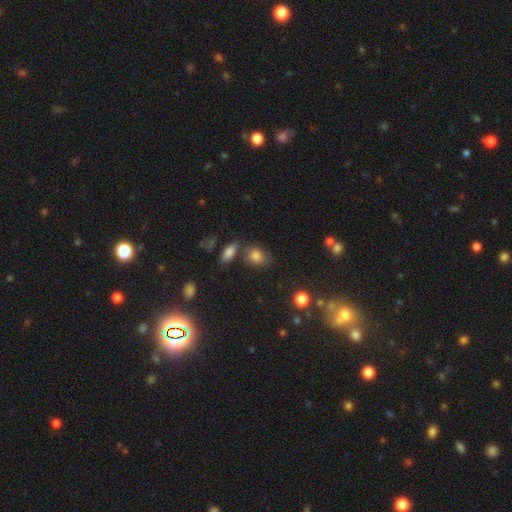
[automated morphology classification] Smooth or featured? Predicted: smooth (p=0.82). How rounded? Predicted: in between (p=0.59). Merging? Predicted: none (p=0.63).